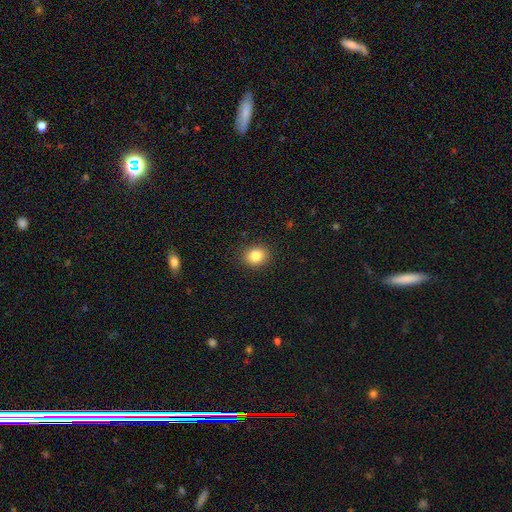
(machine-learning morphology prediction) Overall: smooth (84%). How rounded: round (67%; in between 32%). Merging: none (90%).